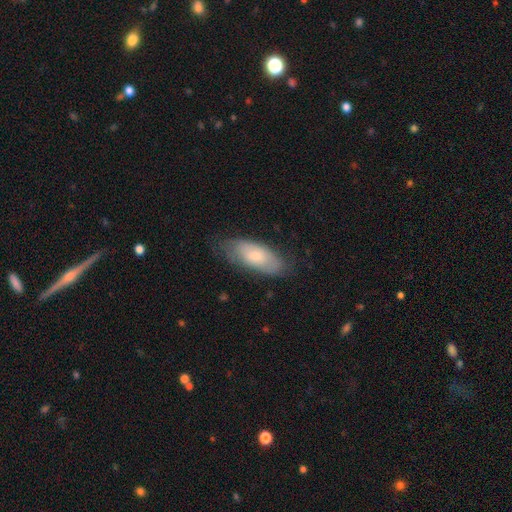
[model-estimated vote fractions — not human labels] Smooth or featured: smooth — 63% (featured or disk — 30%)
How rounded: in between — 85% (cigar-shaped — 12%)
Merging: none — 70% (minor disturbance — 22%)